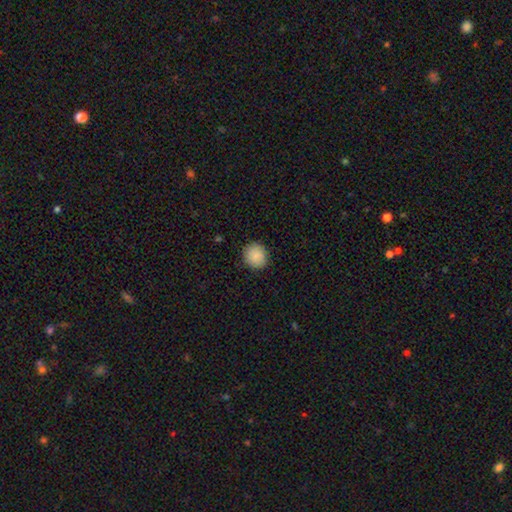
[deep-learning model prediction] The model was most divided on "how rounded": round: 85%, in between: 14%, cigar-shaped: 1%. More confident: merging — none (90%); smooth or featured — smooth (89%).